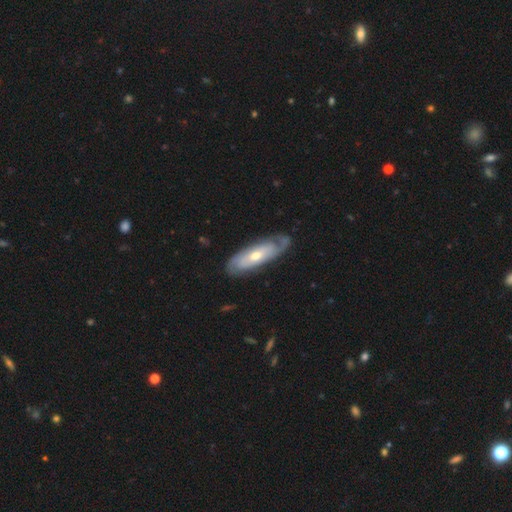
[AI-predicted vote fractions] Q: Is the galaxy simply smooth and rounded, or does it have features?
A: featured or disk — 64%.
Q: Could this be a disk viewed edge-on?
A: no — 78%.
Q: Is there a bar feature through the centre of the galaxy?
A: no — 71%.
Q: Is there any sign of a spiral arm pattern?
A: yes — 74%.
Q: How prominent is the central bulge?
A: moderate — 58%.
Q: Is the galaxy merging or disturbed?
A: none — 72%.